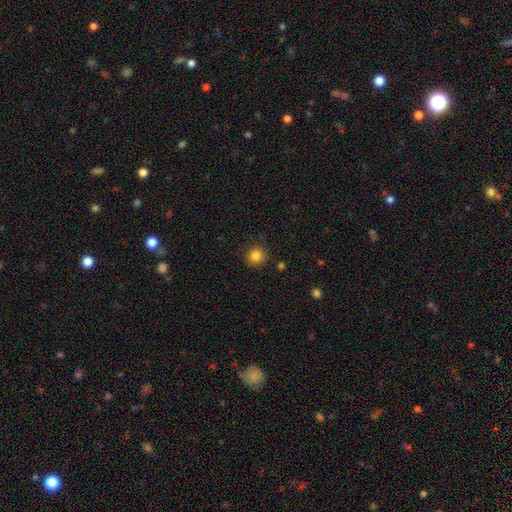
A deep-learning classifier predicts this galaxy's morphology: Smooth or featured: smooth — 84% (star or artifact — 11%)
How rounded: round — 91% (in between — 8%)
Merging: none — 86% (minor disturbance — 10%)